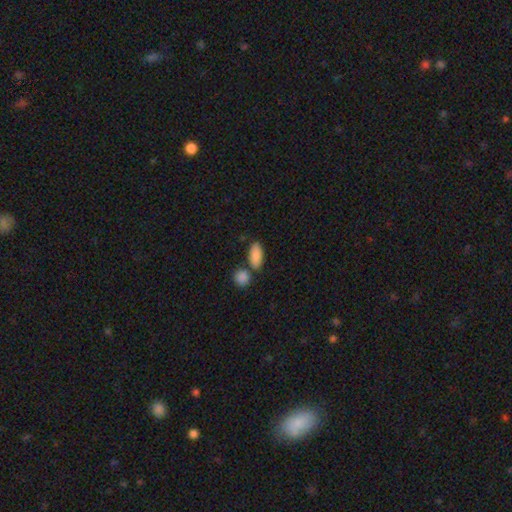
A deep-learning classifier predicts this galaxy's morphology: The model was most divided on "merging": none: 65%, merger: 19%, minor disturbance: 12%, major disturbance: 3%. More confident: how rounded — in between (89%); smooth or featured — smooth (87%).